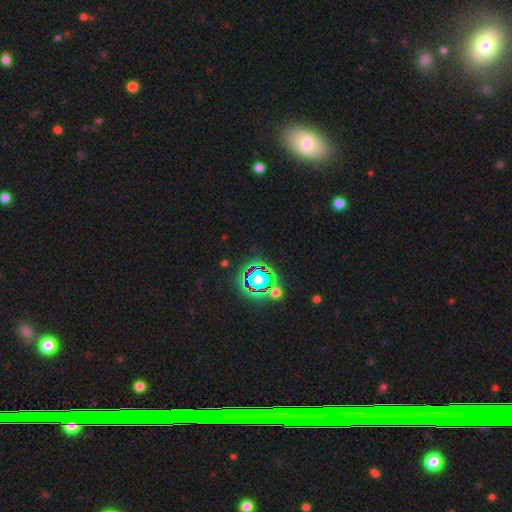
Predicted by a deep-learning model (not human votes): smooth_or_featured: star or artifact (p=0.68) [alt: smooth p=0.18]